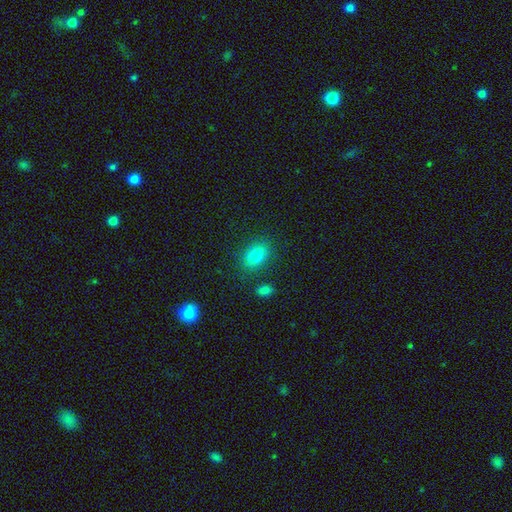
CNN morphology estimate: A smooth galaxy with no disk features (81%) that is in between round and cigar-shaped (84%). Merging: none (83%).